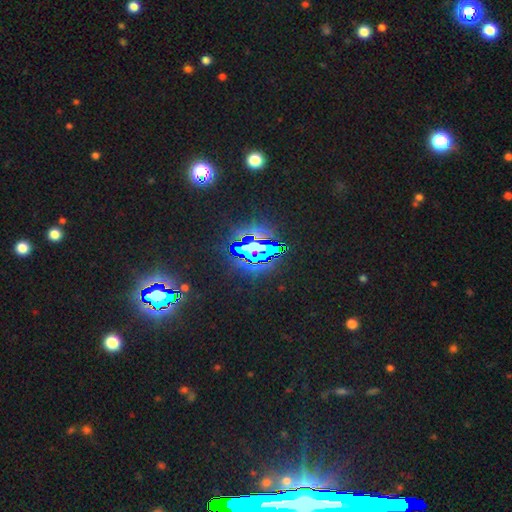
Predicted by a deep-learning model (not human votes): star or artifact 76%, smooth 14%, featured or disk 10%.